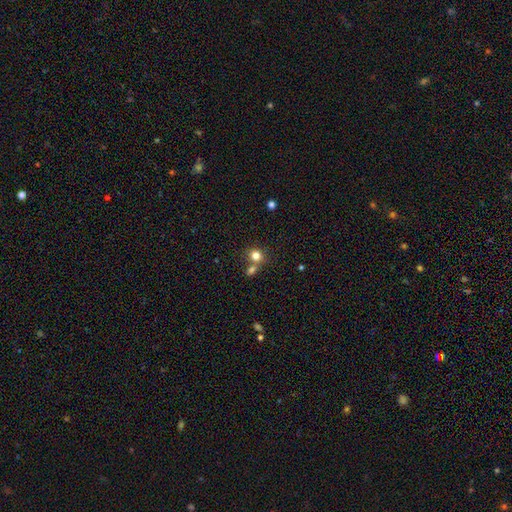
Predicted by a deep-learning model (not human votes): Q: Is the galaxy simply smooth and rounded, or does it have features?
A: smooth — 80%.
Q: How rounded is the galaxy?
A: round — 82%.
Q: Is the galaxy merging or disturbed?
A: none — 57%.